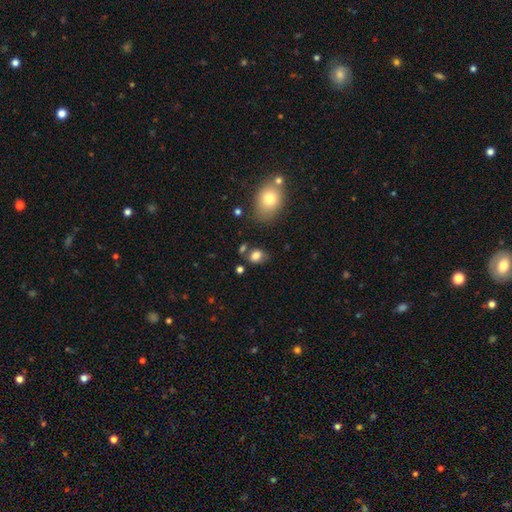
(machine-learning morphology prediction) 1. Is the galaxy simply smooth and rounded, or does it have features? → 80% smooth, 11% star or artifact, 9% featured or disk.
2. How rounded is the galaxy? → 64% in between, 35% round, 1% cigar-shaped.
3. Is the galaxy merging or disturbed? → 61% none, 23% minor disturbance, 8% merger, 8% major disturbance.